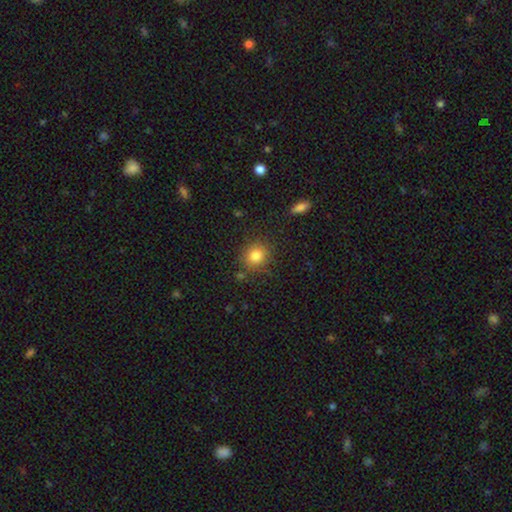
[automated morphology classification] Smooth or featured?
  - smooth: 81% *
  - star or artifact: 12%
  - featured or disk: 7%
How rounded?
  - round: 86% *
  - in between: 13%
  - cigar-shaped: 1%
Merging?
  - none: 84% *
  - minor disturbance: 10%
  - major disturbance: 3%
  - merger: 3%